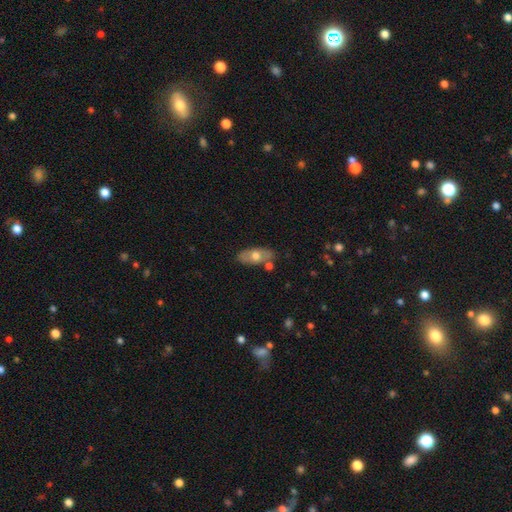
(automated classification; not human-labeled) This appears to be a smooth galaxy with no disk features (61%) that is in between round and cigar-shaped (85%). Merging: none (73%).